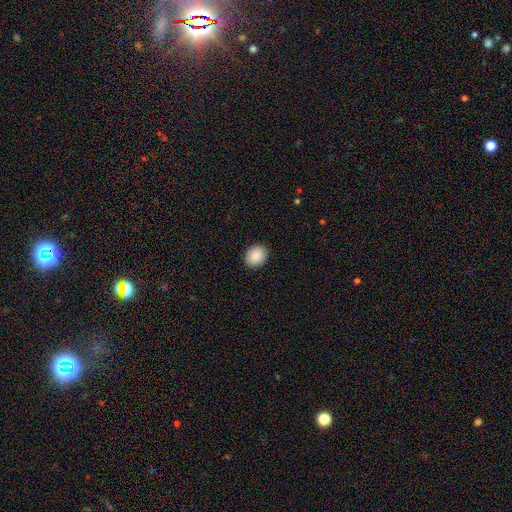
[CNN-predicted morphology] Q: Smooth or featured?
A: smooth (90%); runner-up: star or artifact (8%)
Q: How rounded?
A: round (67%); runner-up: in between (32%)
Q: Merging?
A: none (92%); runner-up: minor disturbance (6%)